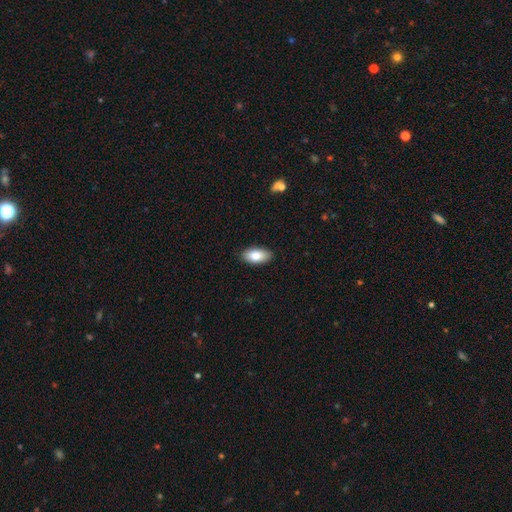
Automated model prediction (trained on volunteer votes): smooth 83%, featured or disk 10%, star or artifact 7%. Down the decision tree: how rounded — in between (92%); merging — none (89%).